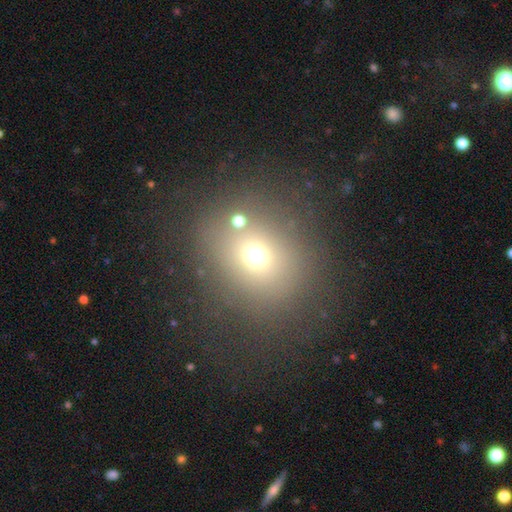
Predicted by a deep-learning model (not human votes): A smooth galaxy with no disk features (65%) that is round (72%). Merging: none (73%).